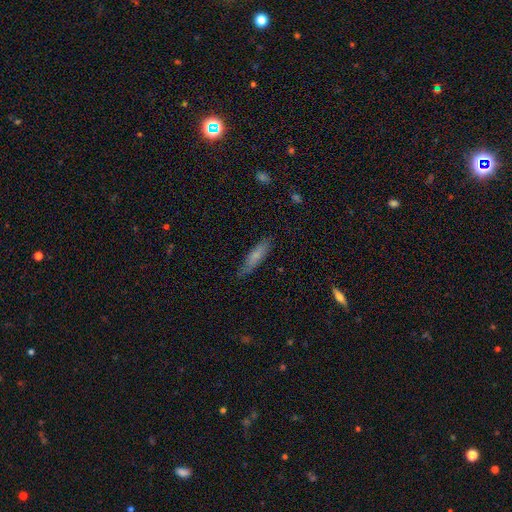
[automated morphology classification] type=smooth (69%); roundness=cigar-shaped (78%); merging=none (79%).